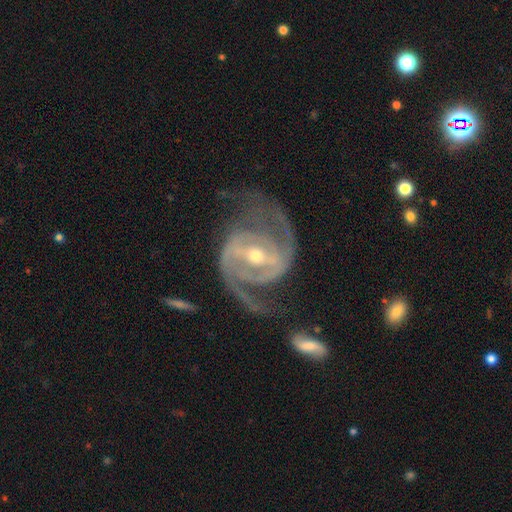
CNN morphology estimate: Smooth or featured? featured or disk (92%)
Edge-on disk? no (97%)
Bar? strong (59%)
Spiral arms? yes (98%)
Spiral winding? medium (51%)
Spiral arm count? 2 (82%)
Bulge size? small (50%)
Merging? none (65%)